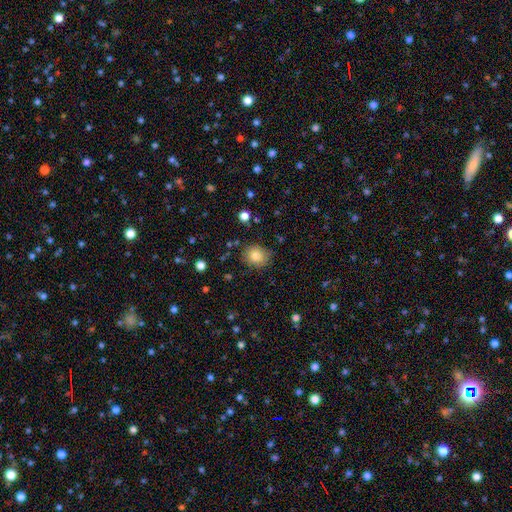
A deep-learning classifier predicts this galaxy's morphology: Smooth or featured?
  - smooth: 83% *
  - star or artifact: 10%
  - featured or disk: 7%
How rounded?
  - round: 75% *
  - in between: 24%
  - cigar-shaped: 1%
Merging?
  - none: 81% *
  - minor disturbance: 13%
  - major disturbance: 3%
  - merger: 2%